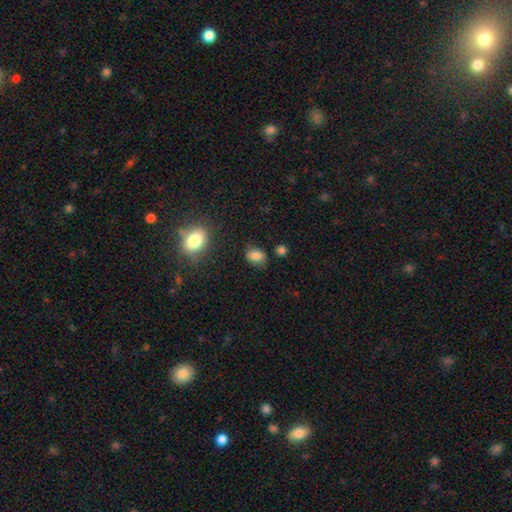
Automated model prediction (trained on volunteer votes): A smooth galaxy with no disk features (82%) that is in between round and cigar-shaped (69%). Merging: none (75%).